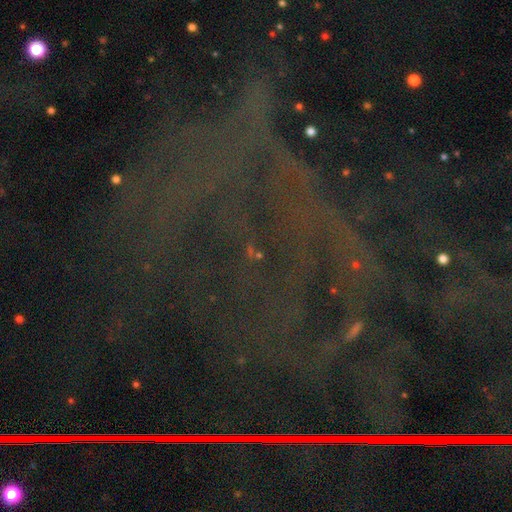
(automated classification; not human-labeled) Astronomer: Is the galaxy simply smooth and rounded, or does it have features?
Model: star or artifact — 86%.